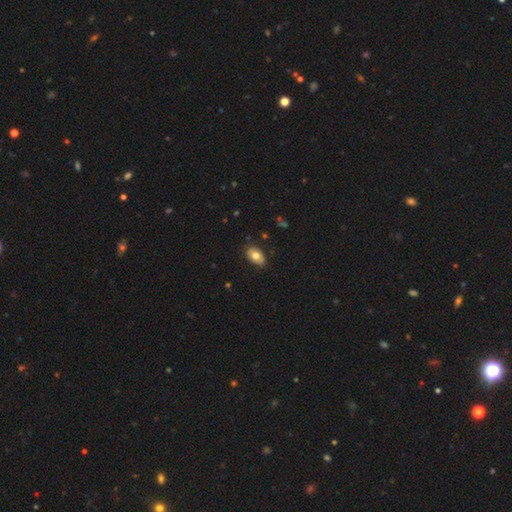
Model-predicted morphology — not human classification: Overall: smooth (72%). How rounded: in between (90%). Merging: none (82%).